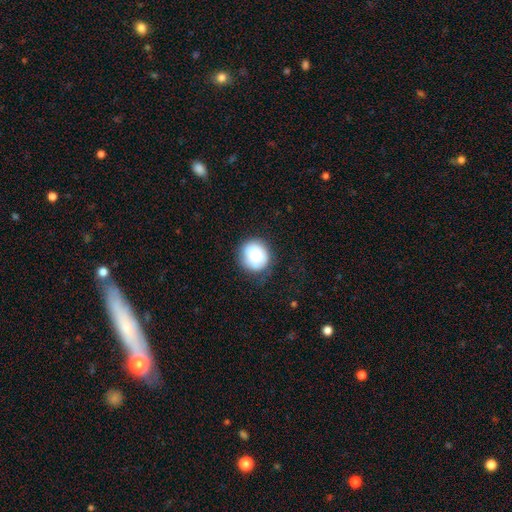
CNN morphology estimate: Q: Smooth or featured?
A: smooth (76%); runner-up: featured or disk (15%)
Q: How rounded?
A: round (87%); runner-up: in between (12%)
Q: Merging?
A: none (78%); runner-up: minor disturbance (16%)